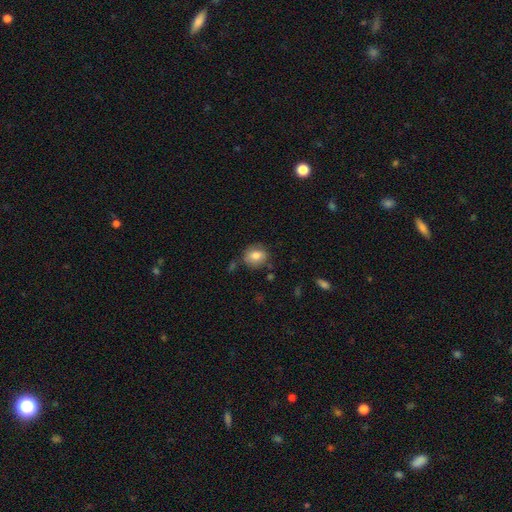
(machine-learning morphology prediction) smooth-or-featured: smooth: 77% | featured or disk: 14% | star or artifact: 9%
  how-rounded: round: 71% | in between: 28% | cigar-shaped: 1%
  merging: none: 76% | minor disturbance: 16% | merger: 5% | major disturbance: 4%